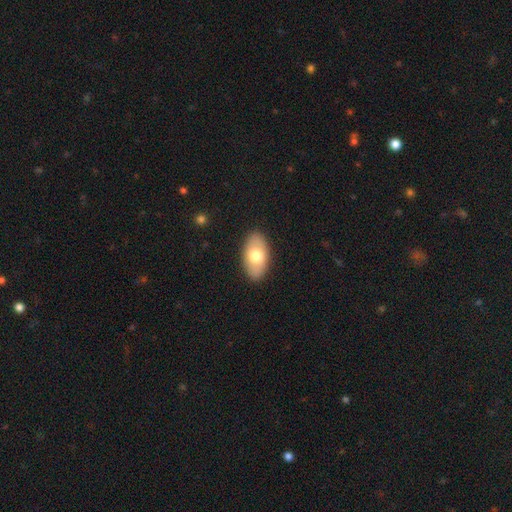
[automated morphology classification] smooth 69%, featured or disk 25%, star or artifact 6%. Down the decision tree: how rounded — in between (93%); merging — none (88%).